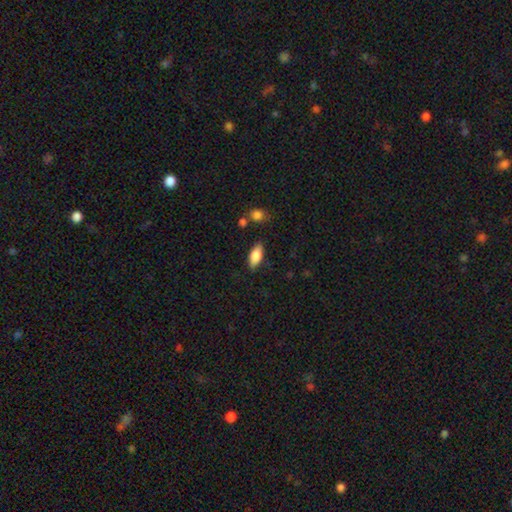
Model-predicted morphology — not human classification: A smooth galaxy with no disk features (82%) that is in between round and cigar-shaped (86%). Merging: none (81%).